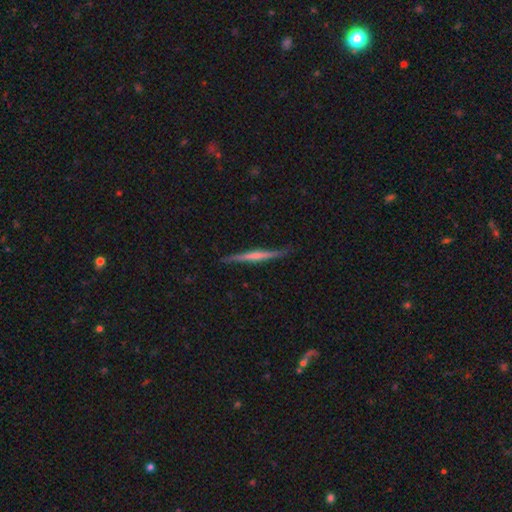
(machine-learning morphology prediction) Smooth or featured?
  - featured or disk: 64% *
  - smooth: 30%
  - star or artifact: 5%
Edge-on disk?
  - yes: 97% *
  - no: 3%
Edge-on bulge?
  - none: 50% *
  - rounded: 36%
  - boxy: 15%
Merging?
  - none: 86% *
  - minor disturbance: 11%
  - major disturbance: 2%
  - merger: 1%